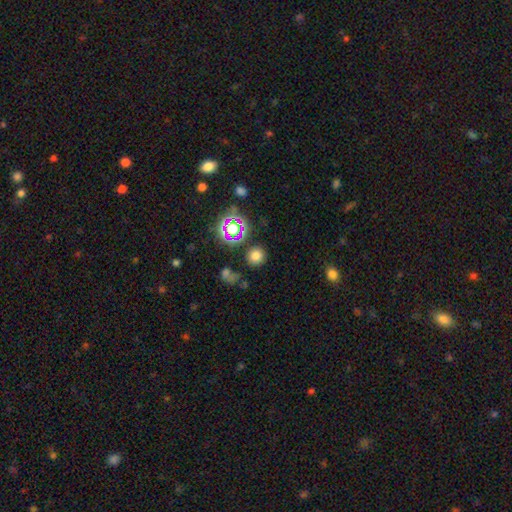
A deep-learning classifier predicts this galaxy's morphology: Q: Smooth or featured?
A: smooth (72%); runner-up: star or artifact (20%)
Q: How rounded?
A: round (88%); runner-up: in between (11%)
Q: Merging?
A: none (82%); runner-up: minor disturbance (9%)